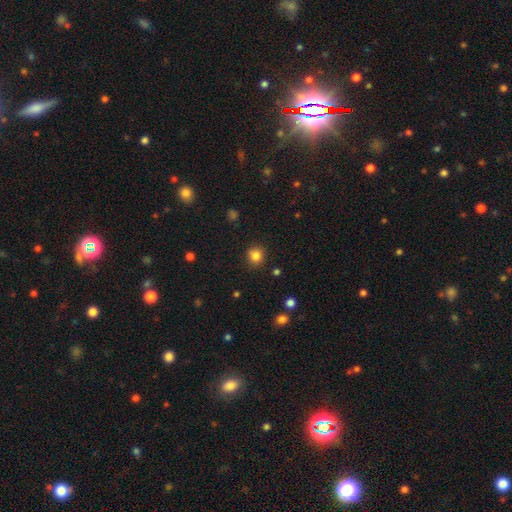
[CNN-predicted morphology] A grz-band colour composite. It shows a smooth galaxy with no disk features (83%) that is round (87%). Merging: none (87%).